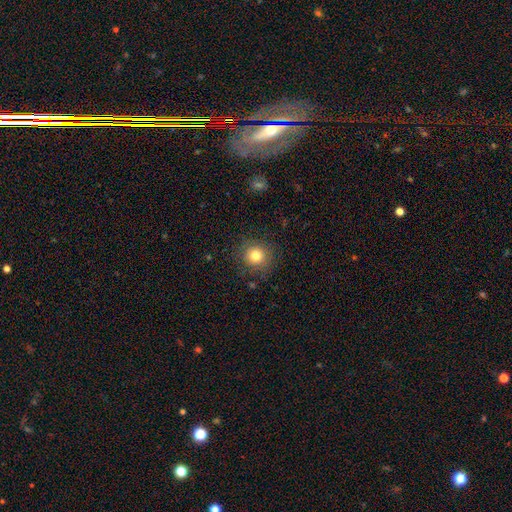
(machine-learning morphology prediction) A smooth galaxy with no disk features (79%) that is round (92%). Merging: none (87%).